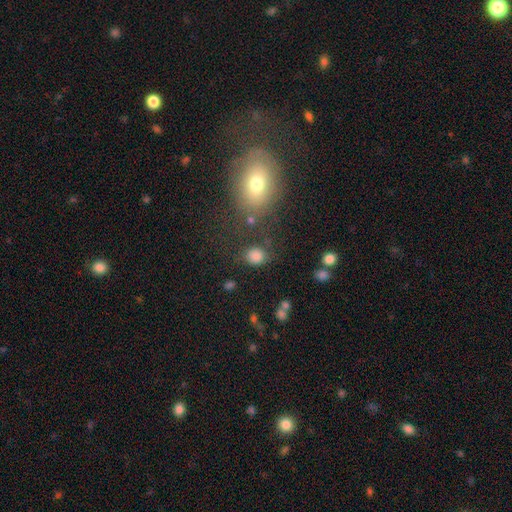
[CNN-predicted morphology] Smooth or featured?
  - smooth: 82% *
  - star or artifact: 13%
  - featured or disk: 5%
How rounded?
  - round: 75% *
  - in between: 24%
  - cigar-shaped: 1%
Merging?
  - none: 74% *
  - minor disturbance: 14%
  - major disturbance: 6%
  - merger: 6%